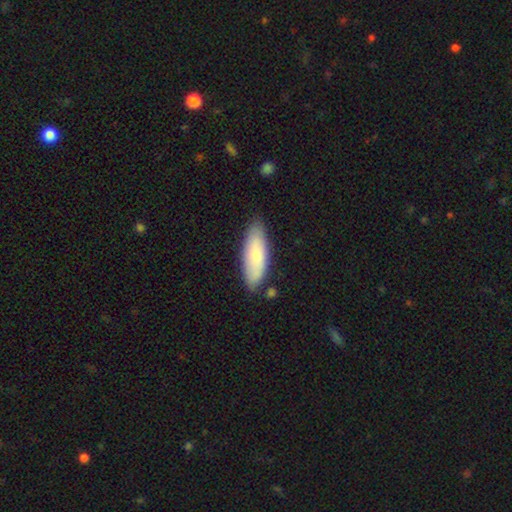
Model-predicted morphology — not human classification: This appears to be a smooth galaxy with no disk features (75%) that is in between round and cigar-shaped (66%). Merging: none (78%).